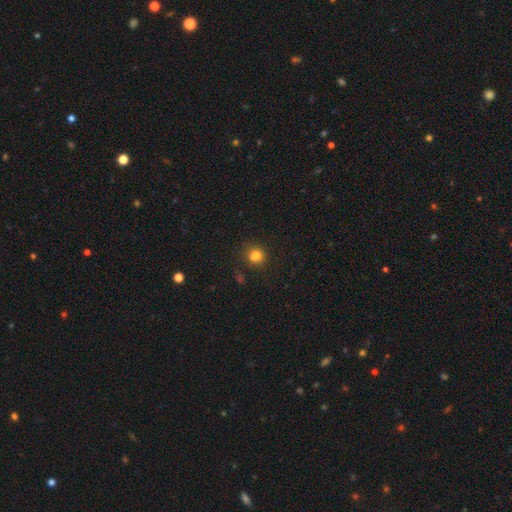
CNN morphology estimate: smooth 78%, star or artifact 14%, featured or disk 8%. Down the decision tree: how rounded — round (78%); merging — none (58%).